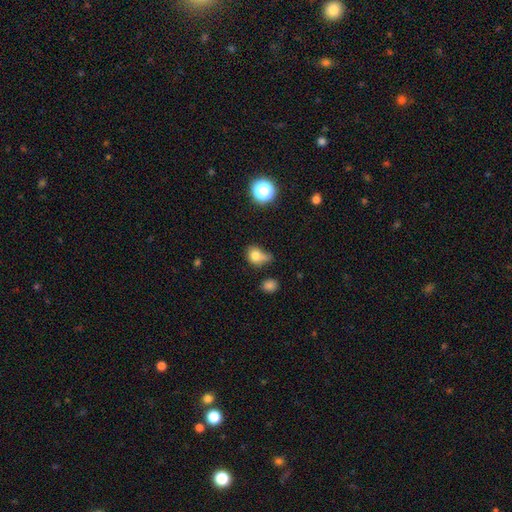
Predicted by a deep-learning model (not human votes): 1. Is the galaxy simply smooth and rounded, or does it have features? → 76% smooth, 13% star or artifact, 11% featured or disk.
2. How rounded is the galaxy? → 56% round, 42% in between, 1% cigar-shaped.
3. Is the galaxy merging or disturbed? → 37% none, 34% minor disturbance, 18% major disturbance, 12% merger.